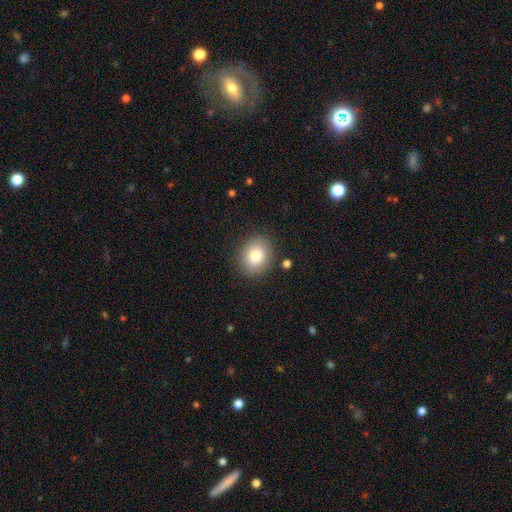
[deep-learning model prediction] Q: Smooth or featured?
A: smooth (80%); runner-up: featured or disk (10%)
Q: How rounded?
A: round (60%); runner-up: in between (39%)
Q: Merging?
A: none (86%); runner-up: minor disturbance (9%)